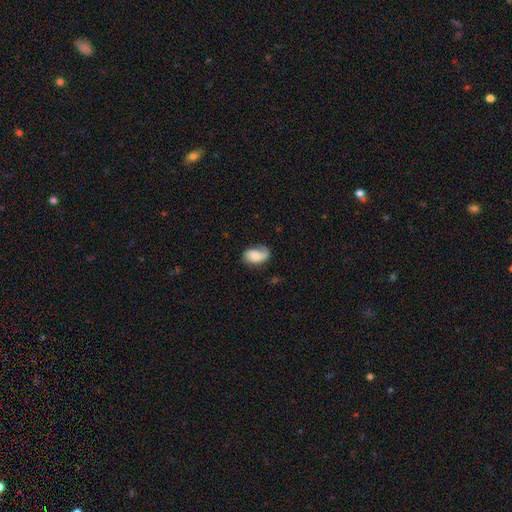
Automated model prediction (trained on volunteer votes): smooth_or_featured: smooth (p=0.50) [alt: featured or disk p=0.42]
how_rounded: in between (p=0.87) [alt: round p=0.11]
merging: none (p=0.60) [alt: minor disturbance p=0.26]